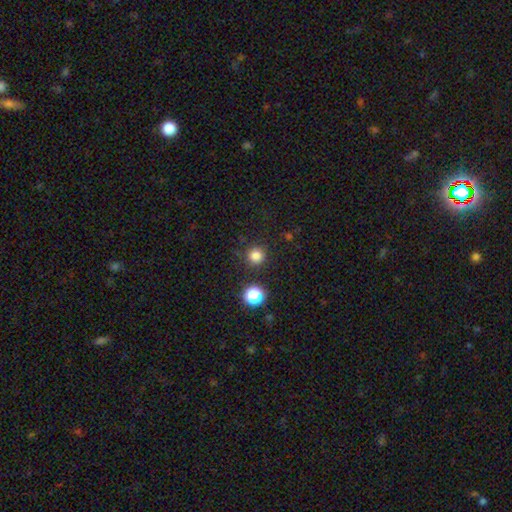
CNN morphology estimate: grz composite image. It shows a smooth galaxy with no disk features (82%) that is round (95%). Merging: none (89%).